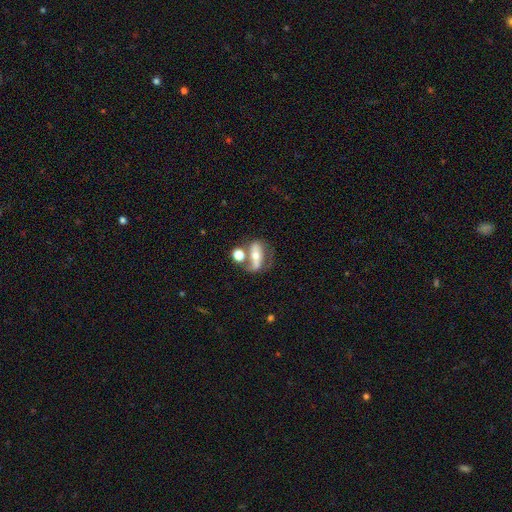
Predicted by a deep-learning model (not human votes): The model was most divided on "merging": none: 39%, merger: 30%, minor disturbance: 16%, major disturbance: 15%. More confident: edge-on disk — no (84%); smooth or featured — featured or disk (58%).